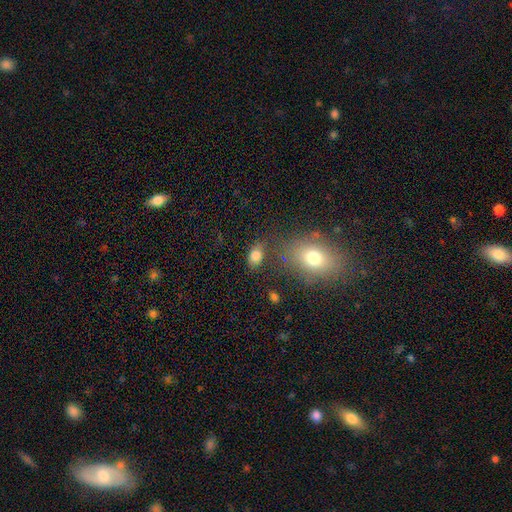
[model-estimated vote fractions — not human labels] This appears to be a smooth galaxy with no disk features (81%) that is in between round and cigar-shaped (76%). Merging: none (66%).